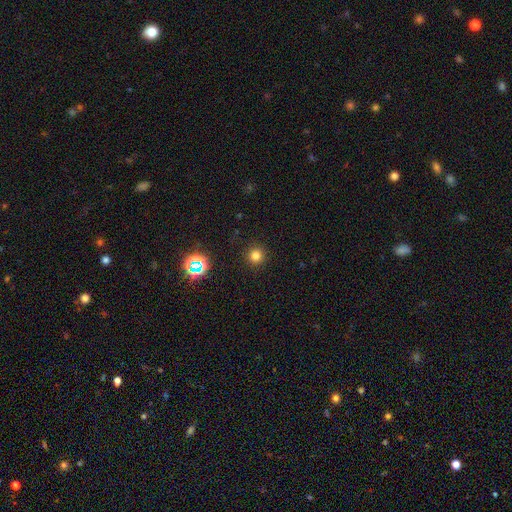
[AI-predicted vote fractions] Smooth or featured?
  - smooth: 77% *
  - star or artifact: 18%
  - featured or disk: 5%
How rounded?
  - round: 95% *
  - in between: 4%
  - cigar-shaped: 1%
Merging?
  - none: 91% *
  - minor disturbance: 5%
  - major disturbance: 2%
  - merger: 1%